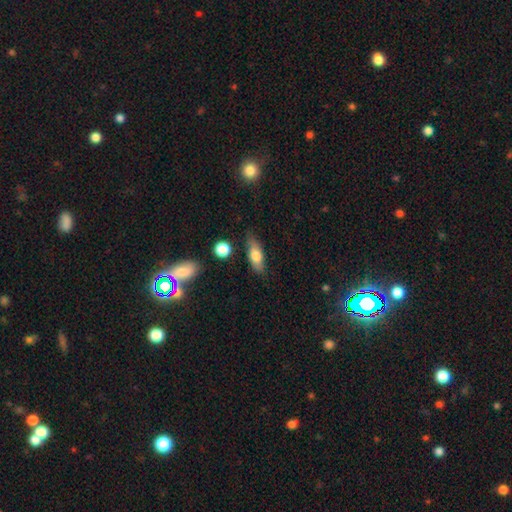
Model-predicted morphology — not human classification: This is likely a smooth galaxy (69%). How rounded: likely in between (67%). Merging: likely none (77%).